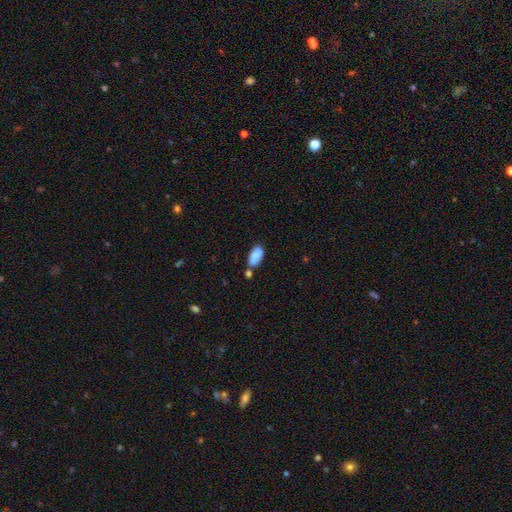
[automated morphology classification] smooth-or-featured: smooth: 78% | featured or disk: 14% | star or artifact: 8%
  how-rounded: in between: 91% | cigar-shaped: 5% | round: 4%
  merging: none: 48% | merger: 28% | minor disturbance: 19% | major disturbance: 6%